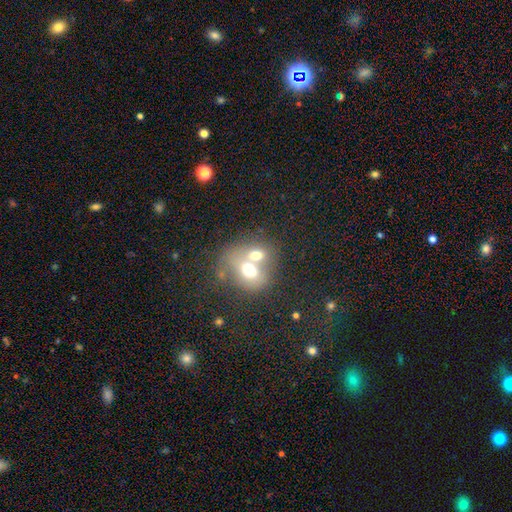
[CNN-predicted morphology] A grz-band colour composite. It shows a smooth galaxy with no disk features (63%) that is in between round and cigar-shaped (52%). Merging: merger (66%).